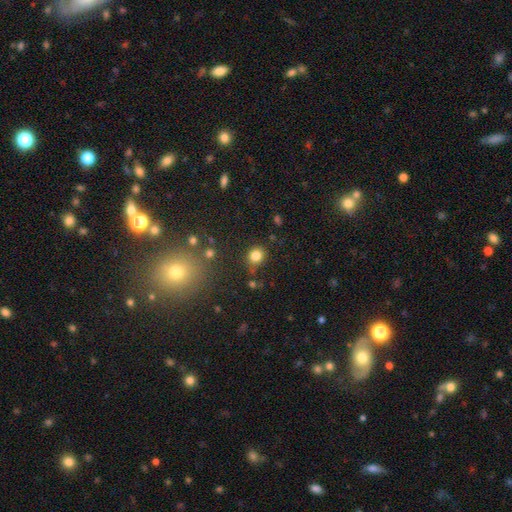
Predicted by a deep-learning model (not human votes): Q: Smooth or featured?
A: smooth (82%); runner-up: star or artifact (13%)
Q: How rounded?
A: round (80%); runner-up: in between (19%)
Q: Merging?
A: none (78%); runner-up: minor disturbance (14%)